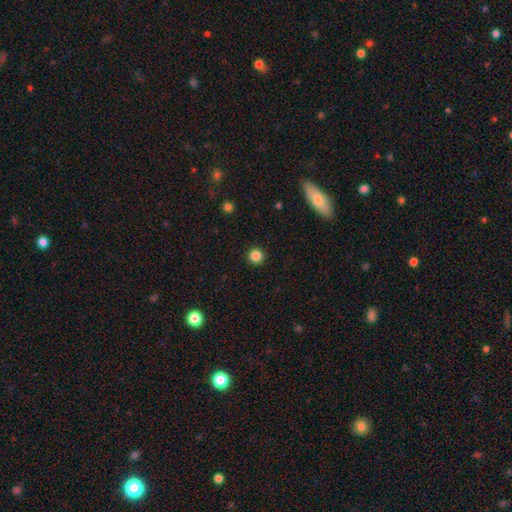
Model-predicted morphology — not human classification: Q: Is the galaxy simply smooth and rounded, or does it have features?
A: smooth — 85%.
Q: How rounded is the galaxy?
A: round — 95%.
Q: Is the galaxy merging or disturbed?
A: none — 93%.